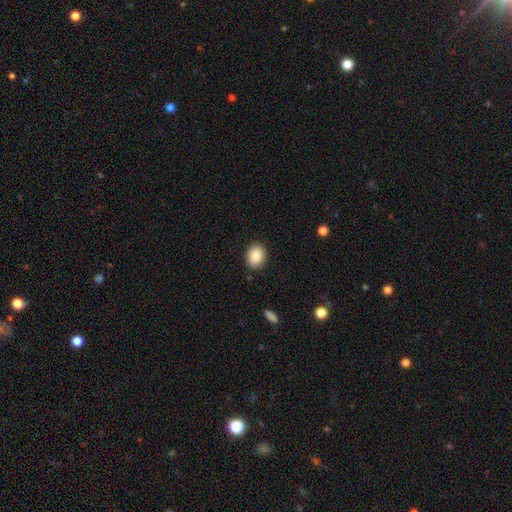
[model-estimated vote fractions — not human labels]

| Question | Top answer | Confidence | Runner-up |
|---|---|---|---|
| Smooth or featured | smooth | 88% | star or artifact (7%) |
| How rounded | in between | 57% | round (42%) |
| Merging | none | 88% | minor disturbance (9%) |